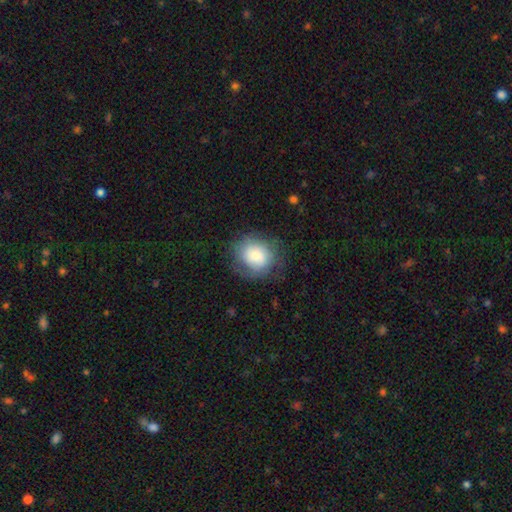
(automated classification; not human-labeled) Overall: smooth (71%). How rounded: round (74%). Merging: none (65%).